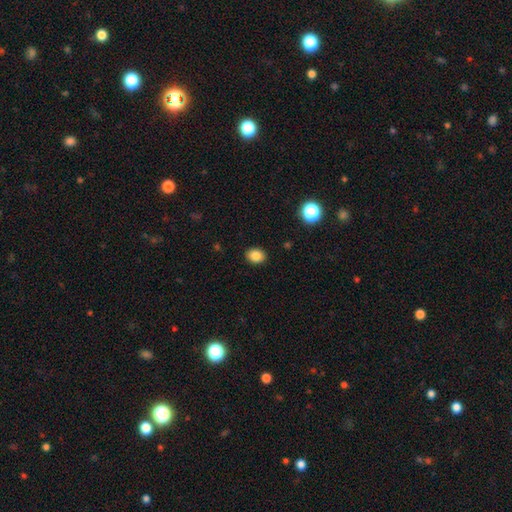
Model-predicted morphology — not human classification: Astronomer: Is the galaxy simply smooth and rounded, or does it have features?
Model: smooth — 85%.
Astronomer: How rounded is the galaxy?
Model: in between — 54% (runner-up: round, 45%).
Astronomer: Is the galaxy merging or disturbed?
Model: none — 90%.